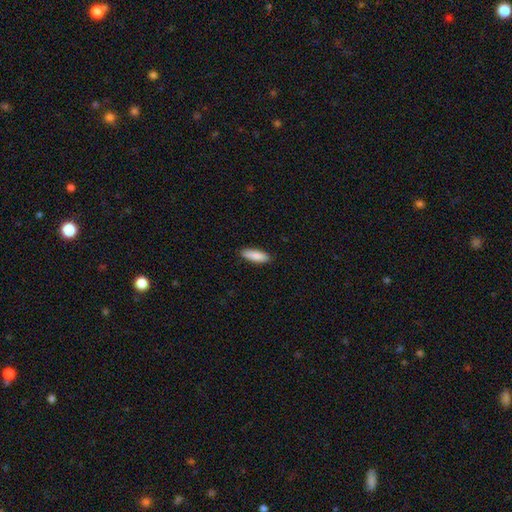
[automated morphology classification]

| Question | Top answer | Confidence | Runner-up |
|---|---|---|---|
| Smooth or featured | smooth | 86% | featured or disk (8%) |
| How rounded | in between | 52% | cigar-shaped (47%) |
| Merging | none | 88% | minor disturbance (9%) |